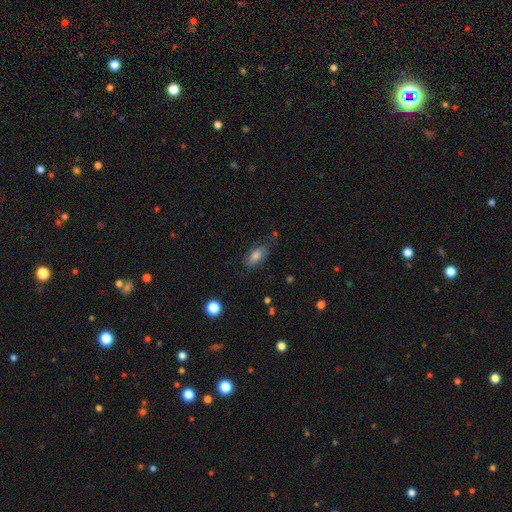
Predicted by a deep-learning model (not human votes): This appears to be a smooth galaxy with no disk features (71%) that is in between round and cigar-shaped (86%). Merging: none (68%).